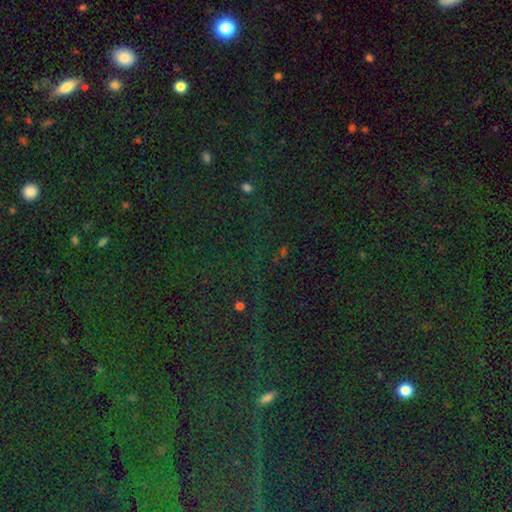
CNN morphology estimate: This appears to be a star or artifact, not a galaxy (82%).